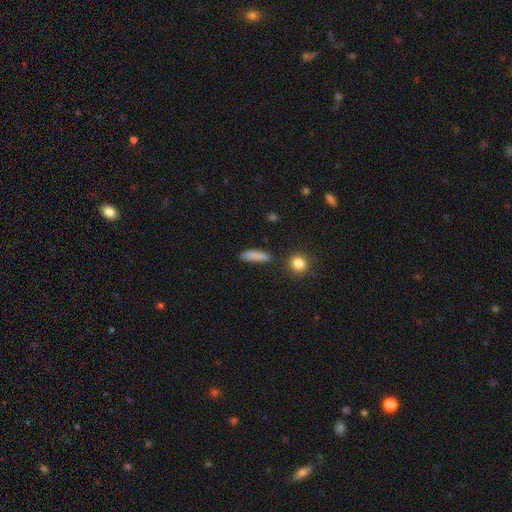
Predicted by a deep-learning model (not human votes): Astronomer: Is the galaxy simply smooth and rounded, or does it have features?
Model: smooth — 85%.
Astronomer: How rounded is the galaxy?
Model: cigar-shaped — 65%.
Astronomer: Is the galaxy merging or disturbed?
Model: none — 77%.